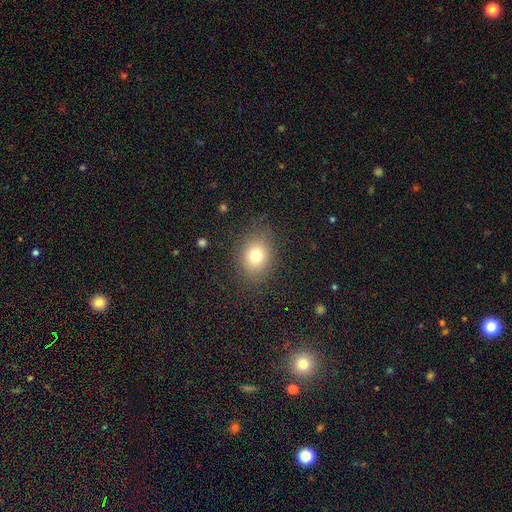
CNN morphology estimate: Q: Smooth or featured?
A: smooth (77%); runner-up: star or artifact (13%)
Q: How rounded?
A: in between (50%); runner-up: round (49%)
Q: Merging?
A: none (82%); runner-up: minor disturbance (12%)